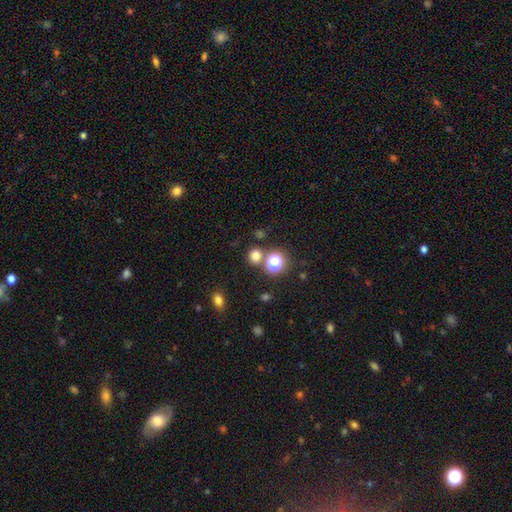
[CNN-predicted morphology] smooth_or_featured: smooth (p=0.73) [alt: star or artifact p=0.21]
how_rounded: round (p=0.85) [alt: in between p=0.14]
merging: none (p=0.72) [alt: merger p=0.17]